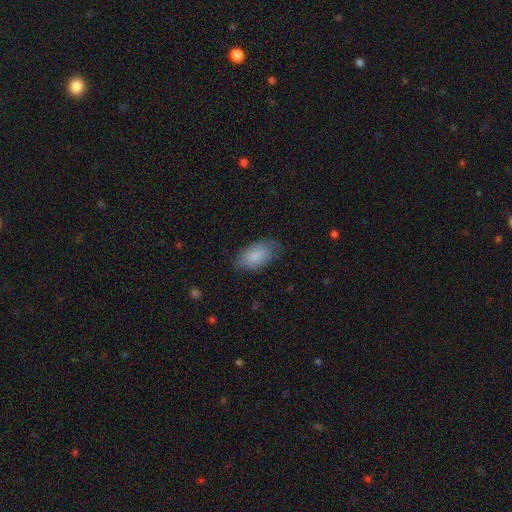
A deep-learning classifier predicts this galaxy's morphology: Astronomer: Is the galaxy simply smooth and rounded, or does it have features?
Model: smooth — 87%.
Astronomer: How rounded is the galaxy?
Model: in between — 94%.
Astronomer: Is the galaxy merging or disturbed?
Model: none — 77%.